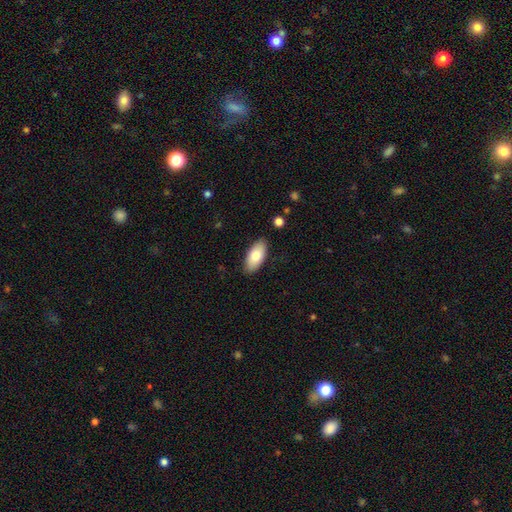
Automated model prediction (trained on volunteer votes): Overall: smooth (81%). How rounded: in between (92%). Merging: none (87%).